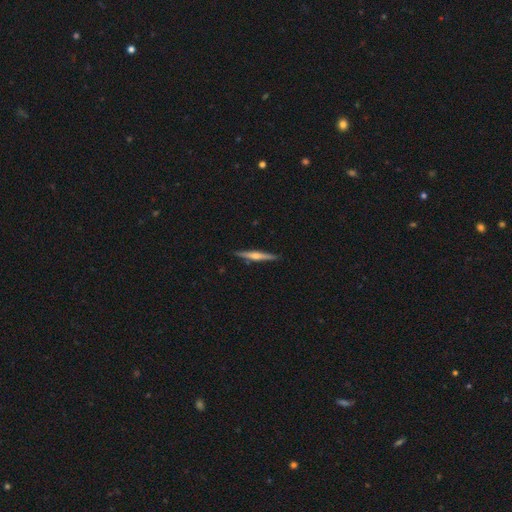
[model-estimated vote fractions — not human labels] This appears to be a featured or disk galaxy (66%) viewed edge-on (98%) with a rounded central bulge (82%). Merging: none (90%).